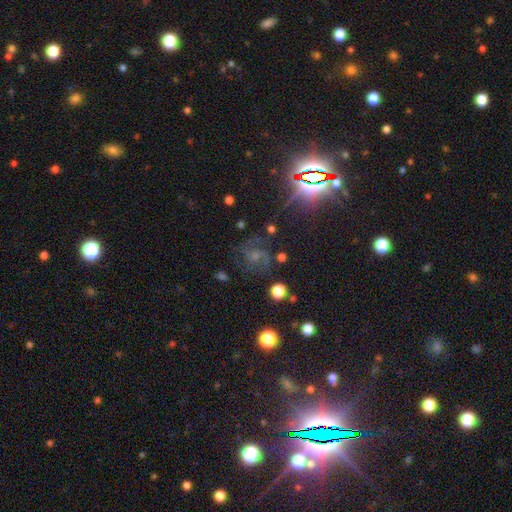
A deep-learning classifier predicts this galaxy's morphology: Q: Smooth or featured?
A: featured or disk (56%); runner-up: star or artifact (27%)
Q: Edge-on disk?
A: no (97%); runner-up: yes (3%)
Q: Bar?
A: no (54%); runner-up: weak (36%)
Q: Spiral arms?
A: yes (91%); runner-up: no (9%)
Q: Bulge size?
A: small (42%); runner-up: moderate (33%)
Q: Merging?
A: none (66%); runner-up: minor disturbance (17%)